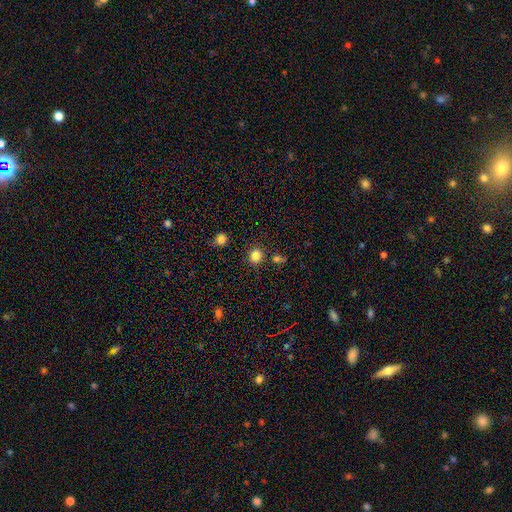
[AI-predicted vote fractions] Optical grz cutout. It shows a smooth galaxy with no disk features (82%) that is round (90%). Merging: none (85%).